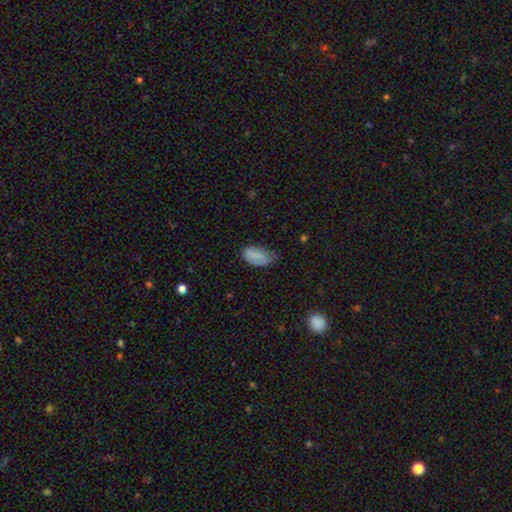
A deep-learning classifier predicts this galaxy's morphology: A smooth galaxy with no disk features (80%) that is in between round and cigar-shaped (93%). Merging: none (49%).